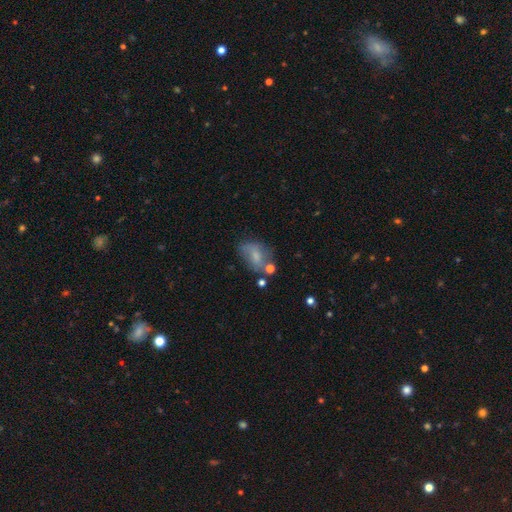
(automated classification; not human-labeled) This is likely a smooth galaxy (63%). How rounded: clearly in between (83%). Merging: possibly none (46%).